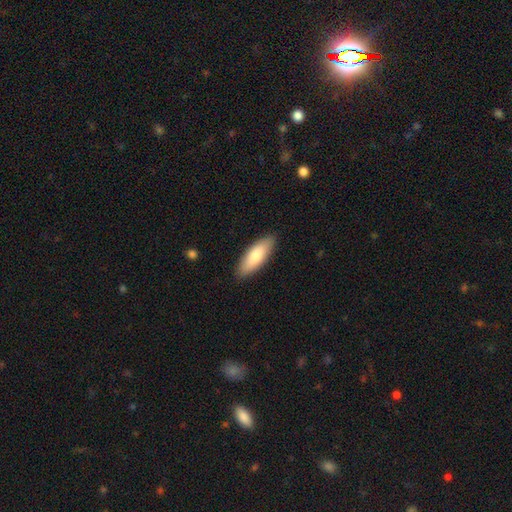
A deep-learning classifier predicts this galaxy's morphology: type=smooth (80%); roundness=in between (64%); merging=none (88%).